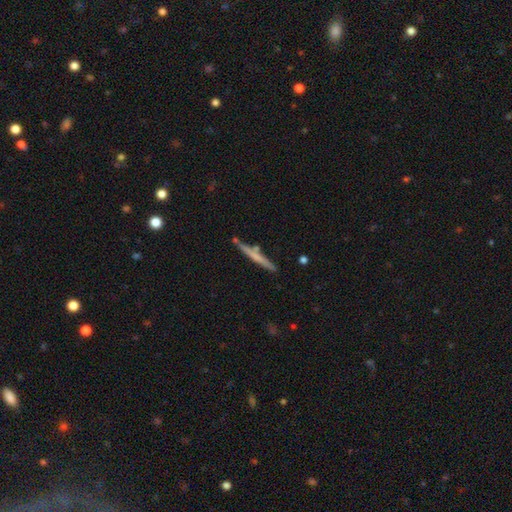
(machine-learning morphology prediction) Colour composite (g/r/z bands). It shows a featured or disk galaxy (49%). Merging: none (81%).